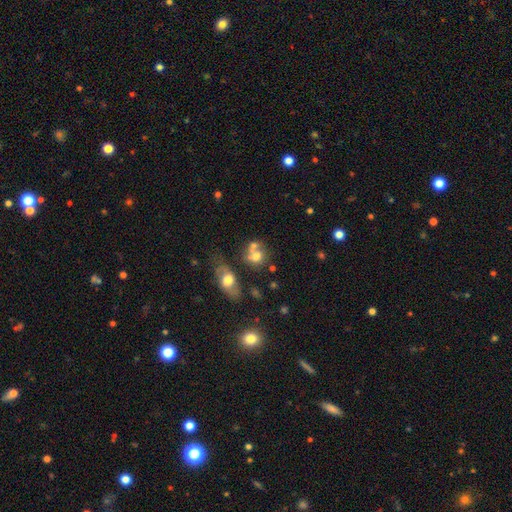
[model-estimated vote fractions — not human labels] This appears to be a smooth galaxy with no disk features (65%) that is round (67%). Merging: none (40%).